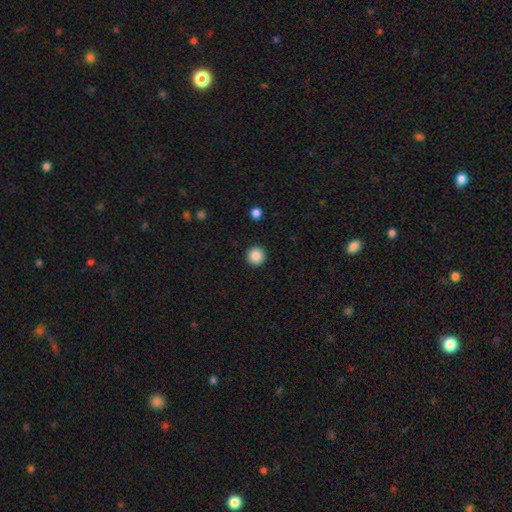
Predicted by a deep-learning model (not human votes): This appears to be a smooth galaxy with no disk features (87%) that is round (96%). Merging: none (93%).